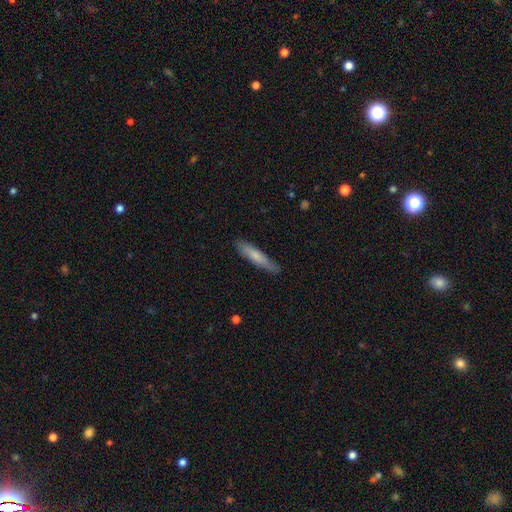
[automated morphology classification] Smooth or featured?
  - smooth: 71% *
  - featured or disk: 23%
  - star or artifact: 5%
How rounded?
  - cigar-shaped: 86% *
  - in between: 13%
  - round: 1%
Merging?
  - none: 82% *
  - minor disturbance: 15%
  - major disturbance: 2%
  - merger: 1%